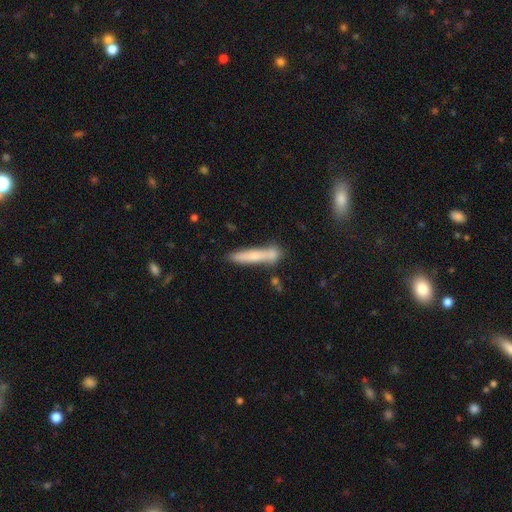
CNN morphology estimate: Q: Smooth or featured?
A: smooth (62%); runner-up: featured or disk (31%)
Q: How rounded?
A: cigar-shaped (92%); runner-up: in between (6%)
Q: Merging?
A: none (64%); runner-up: minor disturbance (16%)